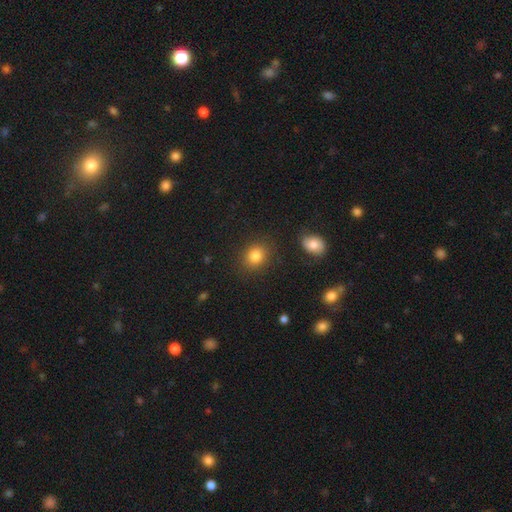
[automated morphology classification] smooth 83%, star or artifact 11%, featured or disk 6%. Down the decision tree: how rounded — round (66%); merging — none (84%).